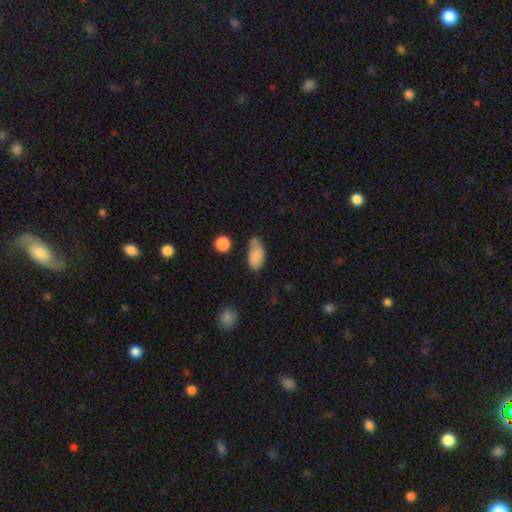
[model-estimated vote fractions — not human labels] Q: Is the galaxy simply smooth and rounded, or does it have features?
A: smooth — 83%.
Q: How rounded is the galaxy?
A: in between — 90%.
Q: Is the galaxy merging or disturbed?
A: none — 47%.